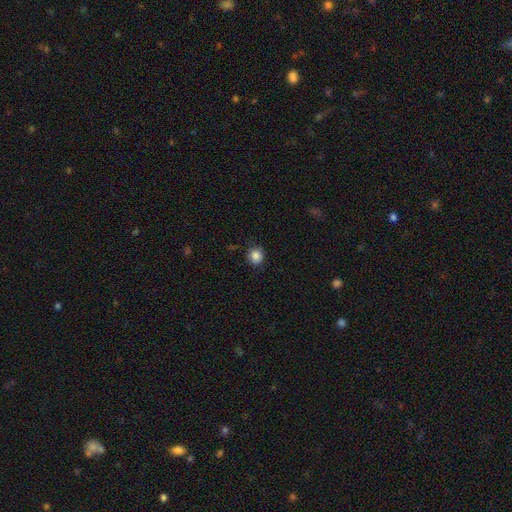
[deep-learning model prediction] A smooth galaxy with no disk features (85%) that is round (82%). Merging: none (81%).